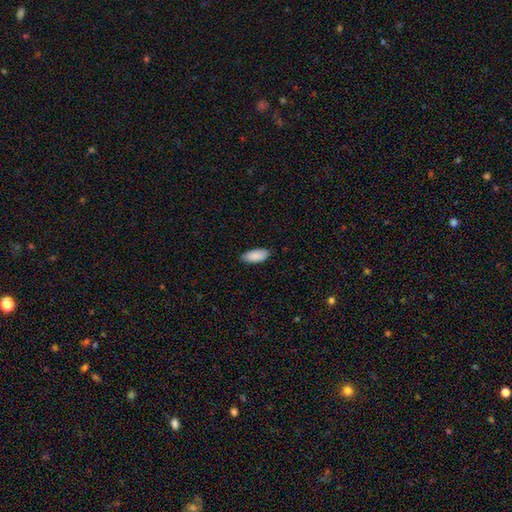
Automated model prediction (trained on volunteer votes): Smooth or featured: smooth — 89% (star or artifact — 6%)
How rounded: in between — 89% (cigar-shaped — 9%)
Merging: none — 86% (minor disturbance — 11%)